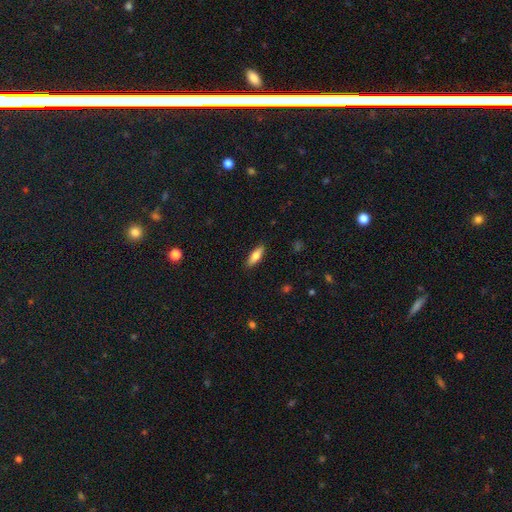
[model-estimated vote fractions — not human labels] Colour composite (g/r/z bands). It shows a smooth galaxy with no disk features (76%) that is in between round and cigar-shaped (59%). Merging: none (89%).